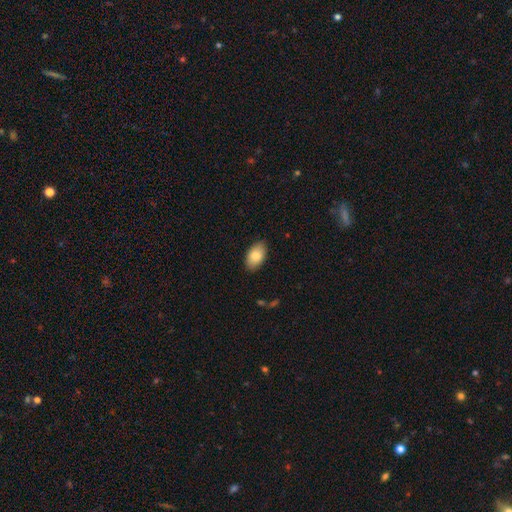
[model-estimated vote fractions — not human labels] Smooth or featured?
  - smooth: 83% *
  - featured or disk: 10%
  - star or artifact: 6%
How rounded?
  - in between: 94% *
  - round: 5%
  - cigar-shaped: 1%
Merging?
  - none: 86% *
  - minor disturbance: 11%
  - major disturbance: 2%
  - merger: 1%